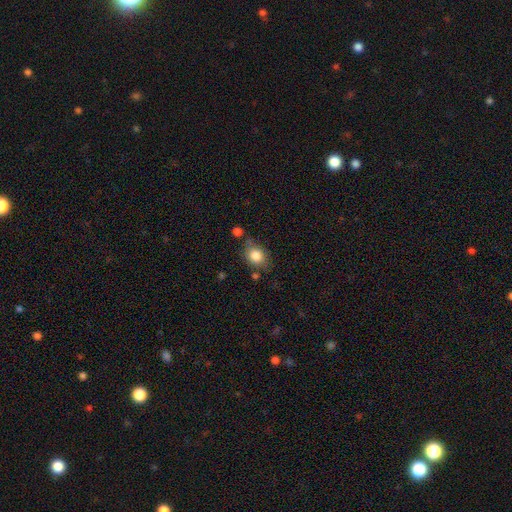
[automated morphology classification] smooth-or-featured: smooth: 83% | star or artifact: 9% | featured or disk: 8%
  how-rounded: in between: 51% | round: 48% | cigar-shaped: 1%
  merging: none: 68% | minor disturbance: 20% | merger: 7% | major disturbance: 5%